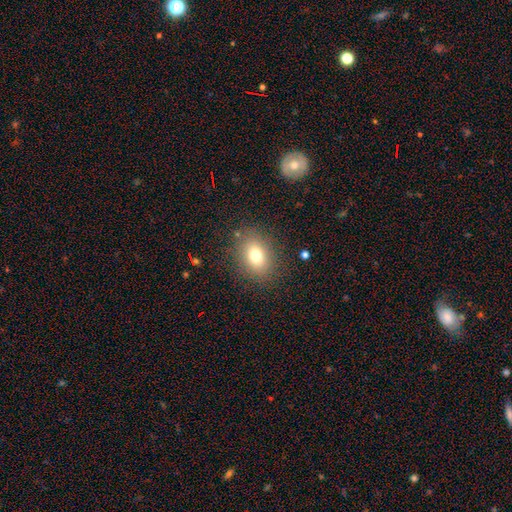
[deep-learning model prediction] This appears to be a smooth galaxy with no disk features (77%) that is in between round and cigar-shaped (65%). Merging: none (84%).